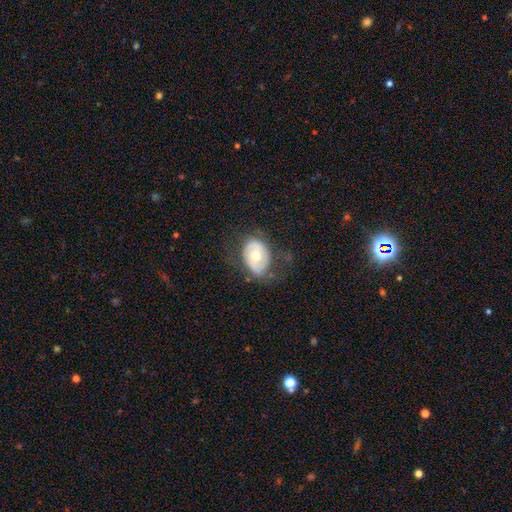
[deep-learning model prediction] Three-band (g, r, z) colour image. It shows a smooth galaxy with no disk features (47%). Merging: none (63%).